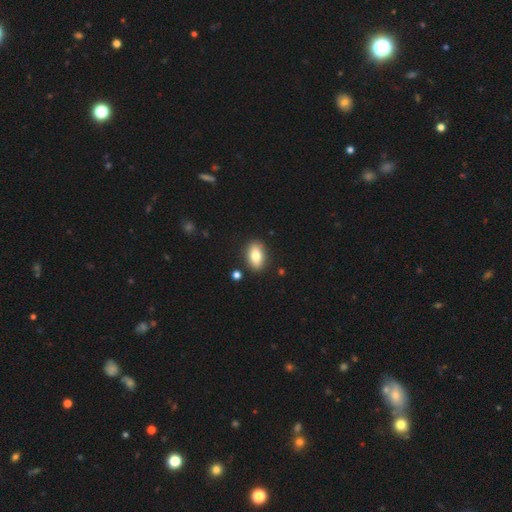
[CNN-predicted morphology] A smooth galaxy with no disk features (76%) that is in between round and cigar-shaped (86%). Merging: none (86%).